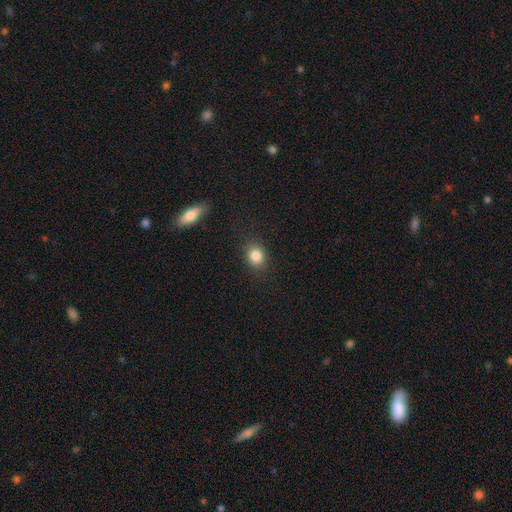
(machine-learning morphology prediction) Smooth or featured? smooth (84%)
How rounded? round (55%)
Merging? none (85%)